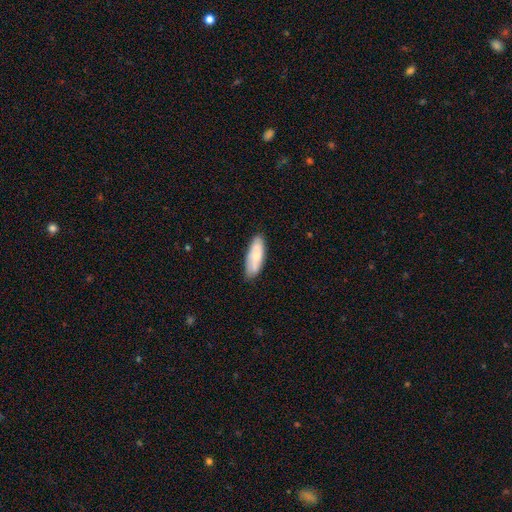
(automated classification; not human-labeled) Smooth or featured? Predicted: smooth (p=0.62). How rounded? Predicted: in between (p=0.67). Merging? Predicted: none (p=0.79).